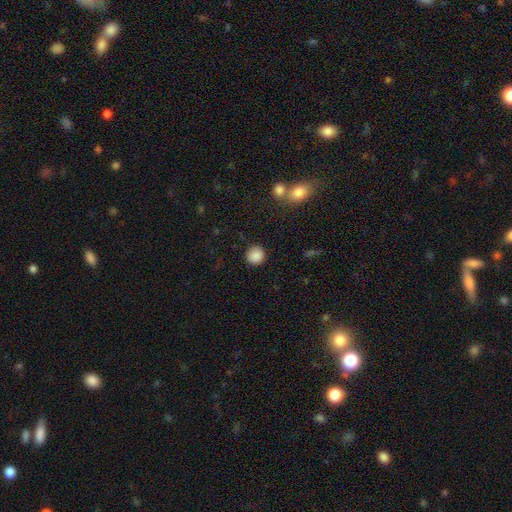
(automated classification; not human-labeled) Smooth or featured? smooth (88%)
How rounded? round (94%)
Merging? none (90%)